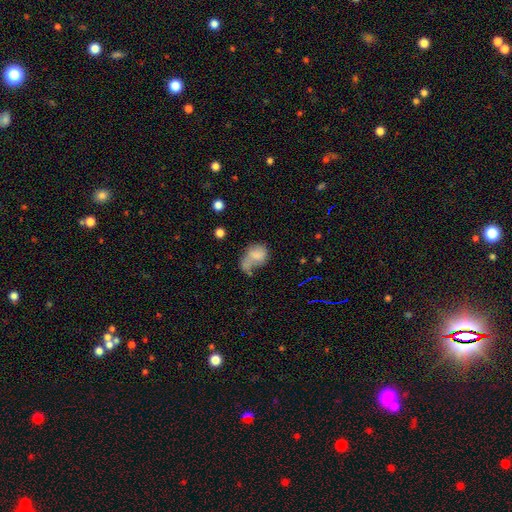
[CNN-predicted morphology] Smooth or featured? Predicted: smooth (p=0.68). How rounded? Predicted: in between (p=0.69). Merging? Predicted: merger (p=0.30).